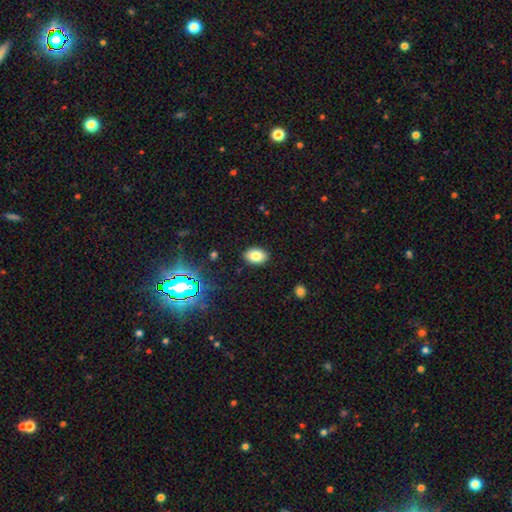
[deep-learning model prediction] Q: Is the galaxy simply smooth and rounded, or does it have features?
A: smooth — 80%.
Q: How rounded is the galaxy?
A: in between — 85%.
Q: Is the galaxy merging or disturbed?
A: none — 89%.